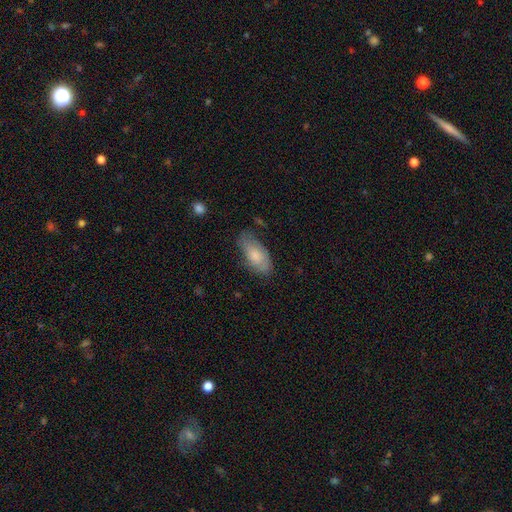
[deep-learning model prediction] The model was most divided on "merging": none: 66%, minor disturbance: 26%, major disturbance: 6%, merger: 2%. More confident: how rounded — in between (90%); smooth or featured — smooth (74%).